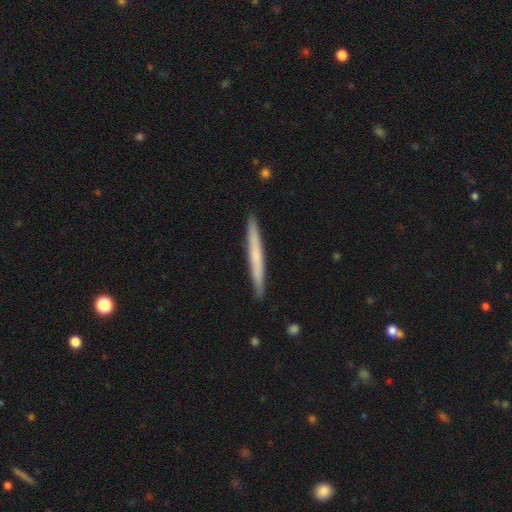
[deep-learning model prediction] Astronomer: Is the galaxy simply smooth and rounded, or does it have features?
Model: smooth — 55% (runner-up: featured or disk, 39%).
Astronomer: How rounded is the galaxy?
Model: cigar-shaped — 97%.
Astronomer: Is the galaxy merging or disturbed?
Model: none — 92%.